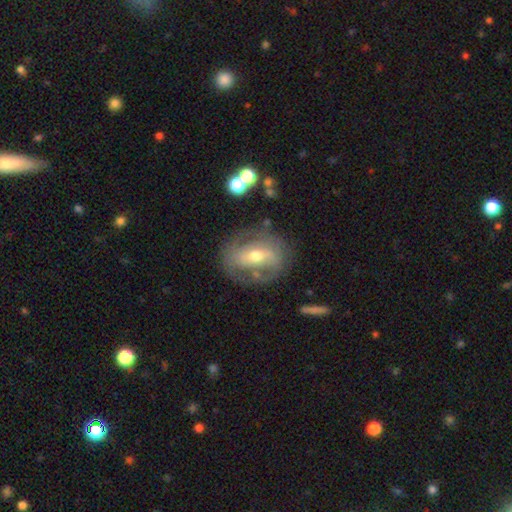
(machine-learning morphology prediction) This appears to be a featured or disk galaxy (69%) with a weak bar (37%), spiral arms (60%) and a moderate central bulge (65%). Merging: none (71%).